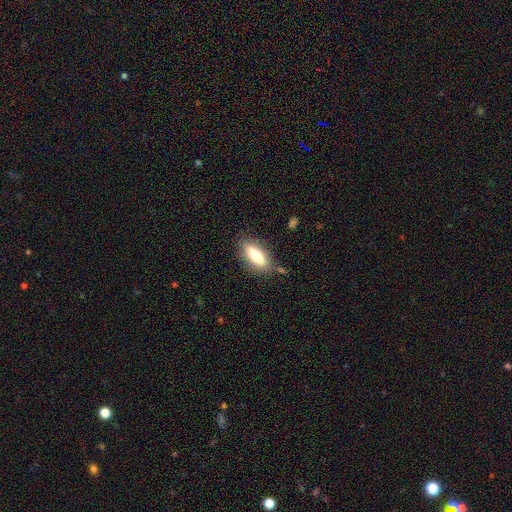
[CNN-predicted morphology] Smooth or featured? Predicted: smooth (p=0.71). How rounded? Predicted: in between (p=0.58). Merging? Predicted: none (p=0.81).